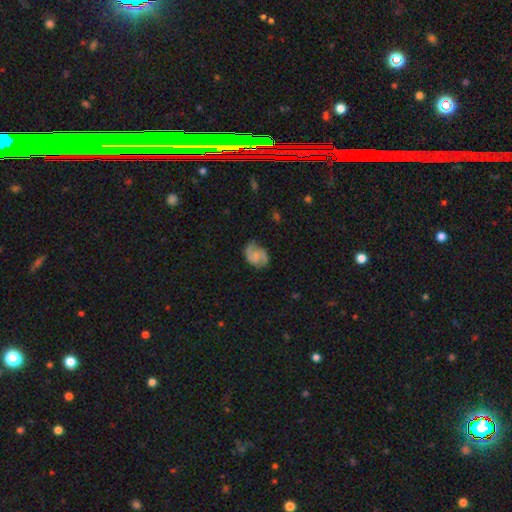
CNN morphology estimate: smooth_or_featured: featured or disk (p=0.73) [alt: smooth p=0.20]
disk_edge_on: no (p=0.98) [alt: yes p=0.02]
bar: no (p=0.58) [alt: weak p=0.36]
has_spiral_arms: yes (p=0.95) [alt: no p=0.05]
spiral_winding: medium (p=0.51) [alt: tight p=0.25]
spiral_arm_count: 2 (p=0.89) [alt: can't tell p=0.05]
bulge_size: small (p=0.43) [alt: none p=0.36]
merging: none (p=0.72) [alt: minor disturbance p=0.20]